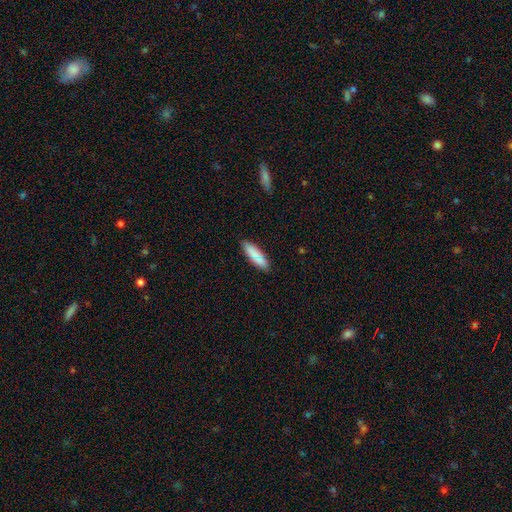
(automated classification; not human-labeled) This is clearly a smooth galaxy (81%). How rounded: possibly cigar-shaped (52%). Merging: clearly none (82%).